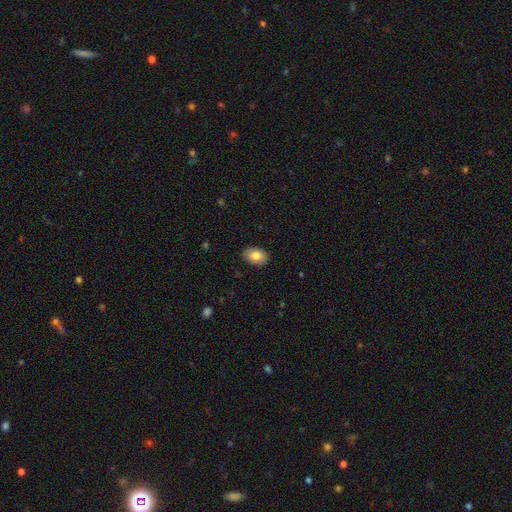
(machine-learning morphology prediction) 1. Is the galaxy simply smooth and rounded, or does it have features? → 82% smooth, 10% featured or disk, 7% star or artifact.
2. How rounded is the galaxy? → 85% in between, 14% round, 1% cigar-shaped.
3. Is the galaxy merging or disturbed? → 88% none, 9% minor disturbance, 2% major disturbance, 1% merger.